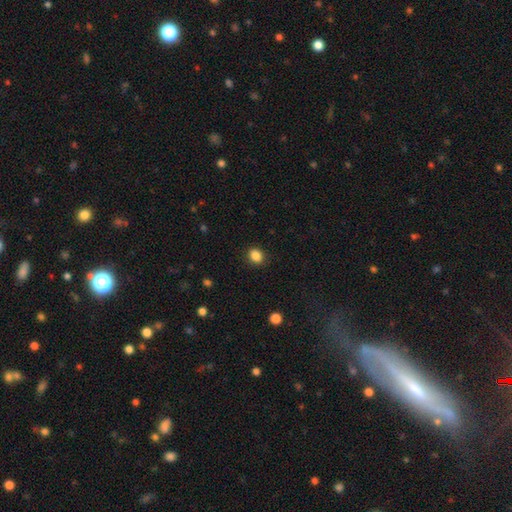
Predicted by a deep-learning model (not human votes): Smooth or featured?
  - smooth: 87% *
  - star or artifact: 10%
  - featured or disk: 3%
How rounded?
  - round: 51% *
  - in between: 48%
  - cigar-shaped: 1%
Merging?
  - none: 89% *
  - minor disturbance: 8%
  - major disturbance: 2%
  - merger: 1%